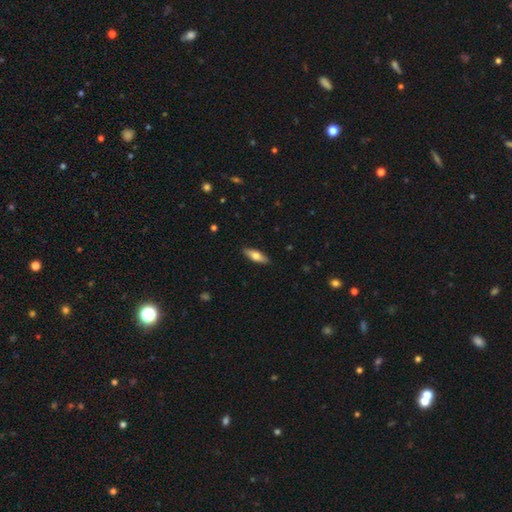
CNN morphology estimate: Smooth or featured? Predicted: smooth (p=0.67). How rounded? Predicted: in between (p=0.56). Merging? Predicted: none (p=0.89).